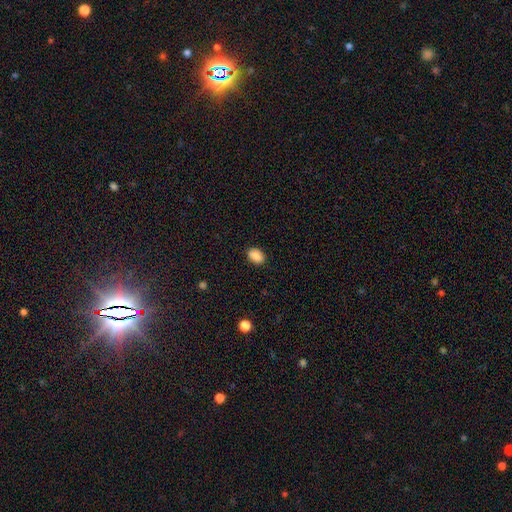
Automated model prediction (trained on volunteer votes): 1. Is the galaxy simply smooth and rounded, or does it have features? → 86% smooth, 8% star or artifact, 5% featured or disk.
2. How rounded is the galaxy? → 81% in between, 18% round, 1% cigar-shaped.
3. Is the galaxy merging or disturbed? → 88% none, 9% minor disturbance, 2% major disturbance, 1% merger.